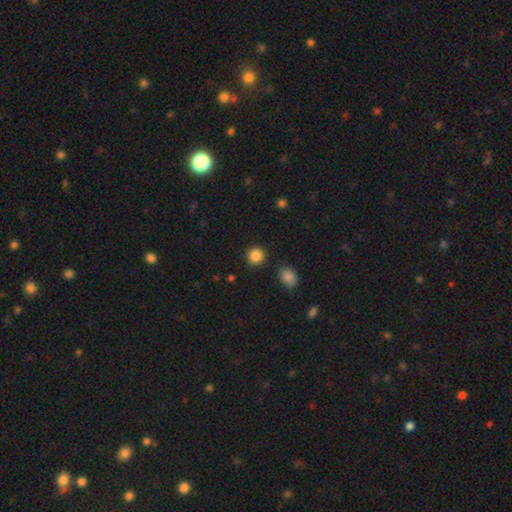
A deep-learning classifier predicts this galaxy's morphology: Smooth or featured?
  - smooth: 87% *
  - star or artifact: 10%
  - featured or disk: 3%
How rounded?
  - round: 92% *
  - in between: 7%
  - cigar-shaped: 1%
Merging?
  - none: 90% *
  - minor disturbance: 6%
  - merger: 2%
  - major disturbance: 2%